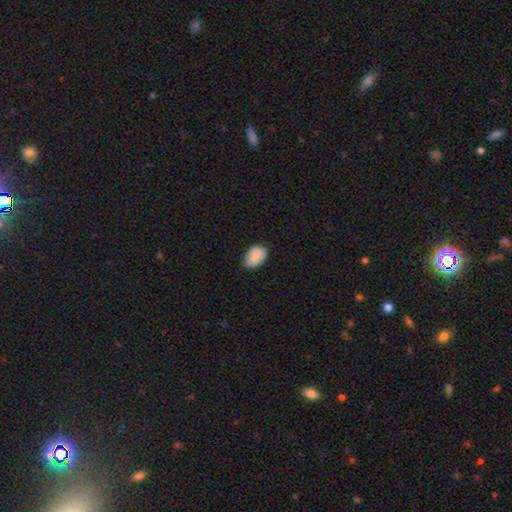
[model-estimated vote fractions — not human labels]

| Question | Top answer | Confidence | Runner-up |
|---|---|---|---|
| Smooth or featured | smooth | 88% | star or artifact (7%) |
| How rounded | in between | 89% | round (10%) |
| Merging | none | 71% | minor disturbance (25%) |